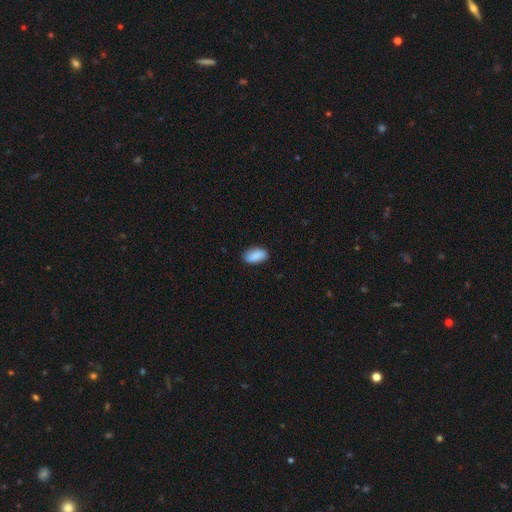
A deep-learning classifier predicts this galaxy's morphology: Smooth or featured?
  - smooth: 87% *
  - star or artifact: 7%
  - featured or disk: 6%
How rounded?
  - in between: 92% *
  - cigar-shaped: 5%
  - round: 3%
Merging?
  - none: 84% *
  - minor disturbance: 12%
  - major disturbance: 2%
  - merger: 1%